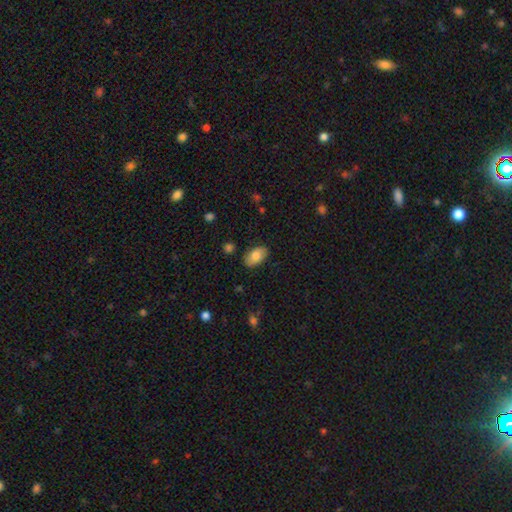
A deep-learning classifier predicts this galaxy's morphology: Smooth or featured? smooth (82%)
How rounded? in between (94%)
Merging? none (84%)